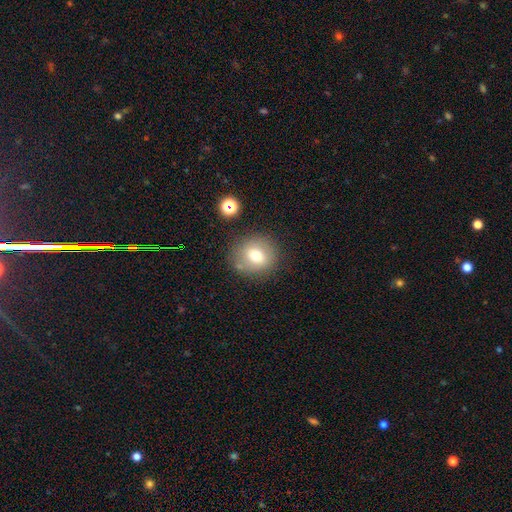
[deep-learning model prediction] smooth_or_featured: smooth (p=0.70) [alt: featured or disk p=0.16]
how_rounded: round (p=0.87) [alt: in between p=0.12]
merging: none (p=0.79) [alt: minor disturbance p=0.12]